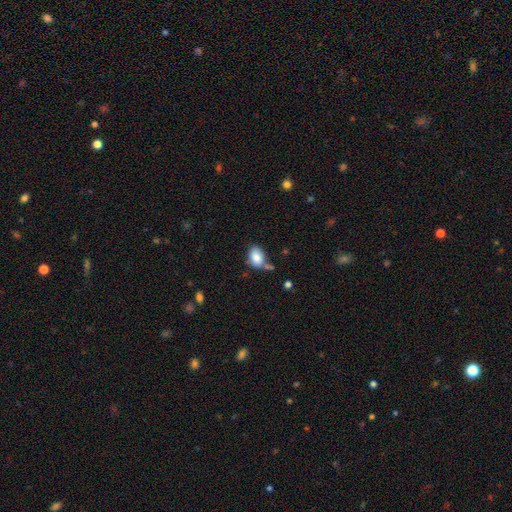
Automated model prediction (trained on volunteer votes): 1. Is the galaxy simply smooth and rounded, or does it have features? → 83% smooth, 9% featured or disk, 8% star or artifact.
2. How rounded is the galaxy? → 83% in between, 15% round, 1% cigar-shaped.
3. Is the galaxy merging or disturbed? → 59% none, 21% minor disturbance, 14% merger, 6% major disturbance.